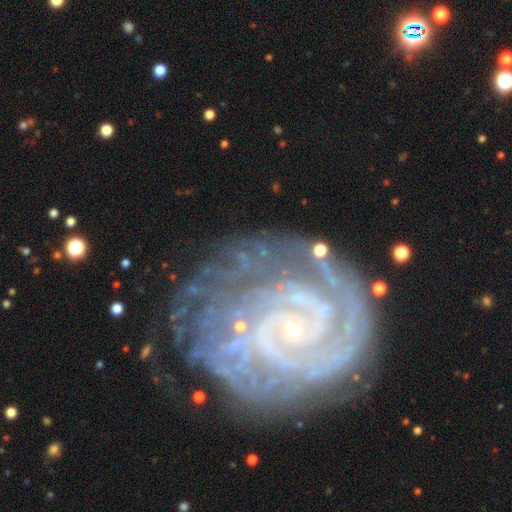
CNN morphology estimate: A featured or disk galaxy (90%) with no bar (69%), 2 (35%) tight (78%) spiral arms (98%) and a small central bulge (88%). Merging: none (66%).